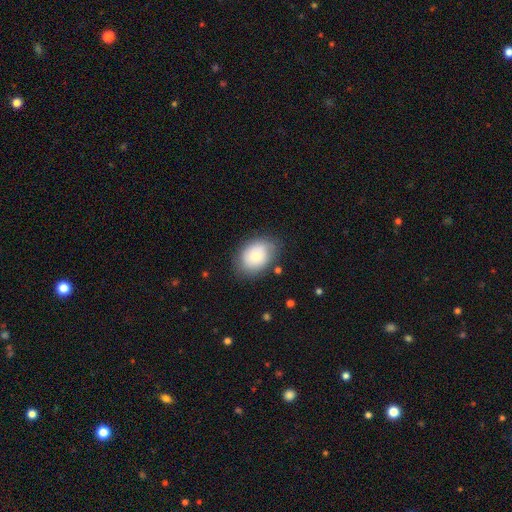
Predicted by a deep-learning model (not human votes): A smooth galaxy with no disk features (76%) that is in between round and cigar-shaped (74%). Merging: none (73%).